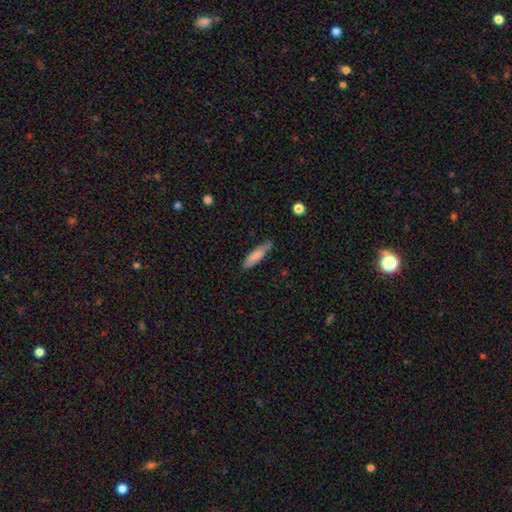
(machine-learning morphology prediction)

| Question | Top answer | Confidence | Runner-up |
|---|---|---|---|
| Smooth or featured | smooth | 81% | featured or disk (13%) |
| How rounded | cigar-shaped | 72% | in between (27%) |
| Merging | none | 72% | minor disturbance (22%) |